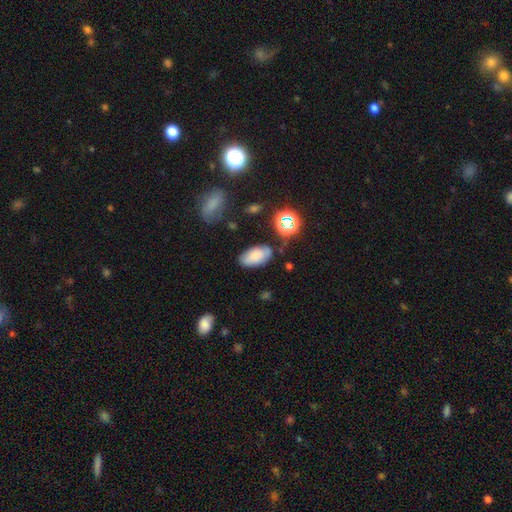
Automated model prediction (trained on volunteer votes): Smooth or featured? Predicted: smooth (p=0.75). How rounded? Predicted: in between (p=0.94). Merging? Predicted: none (p=0.70).